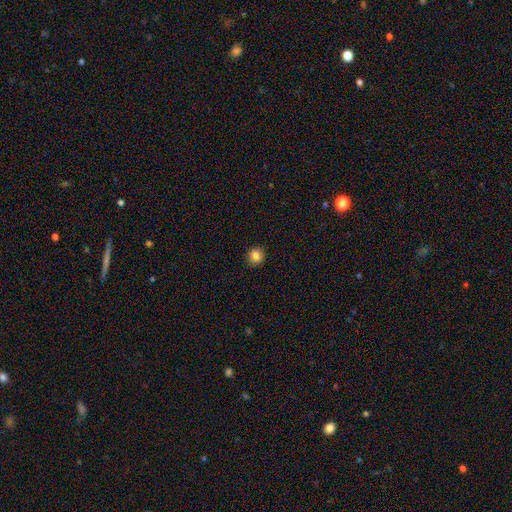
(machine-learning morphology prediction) The model was most divided on "smooth or featured": smooth: 83%, star or artifact: 11%, featured or disk: 6%. More confident: merging — none (90%); how rounded — round (86%).